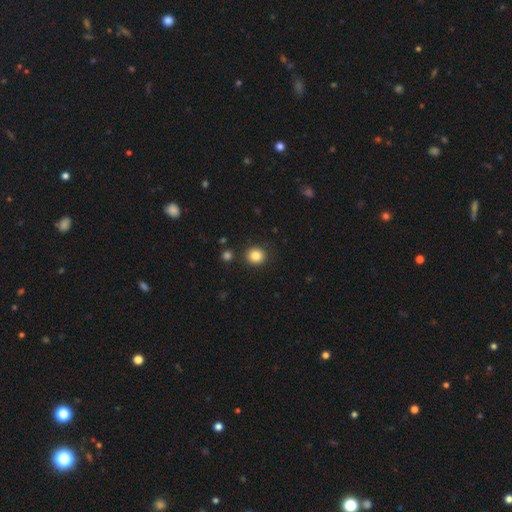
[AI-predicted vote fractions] The model was most divided on "smooth or featured": smooth: 84%, star or artifact: 11%, featured or disk: 5%. More confident: merging — none (89%); how rounded — round (88%).